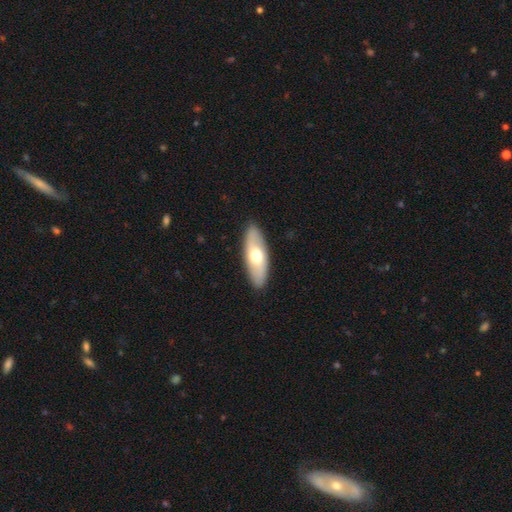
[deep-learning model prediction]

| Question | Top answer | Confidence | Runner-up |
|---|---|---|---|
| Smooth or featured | smooth | 58% | featured or disk (38%) |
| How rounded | in between | 70% | cigar-shaped (27%) |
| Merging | none | 89% | minor disturbance (8%) |